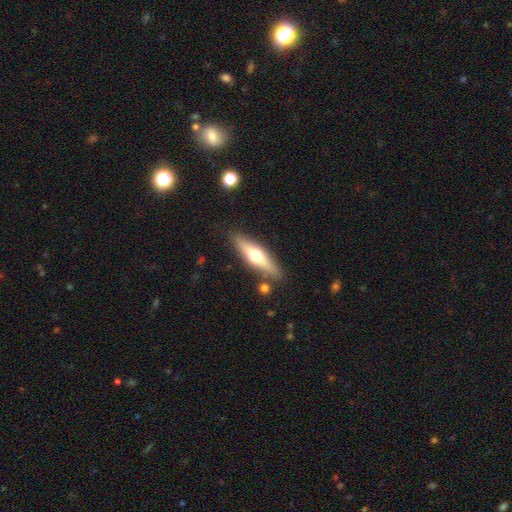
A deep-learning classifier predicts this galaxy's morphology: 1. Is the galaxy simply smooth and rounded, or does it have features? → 52% featured or disk, 42% smooth, 6% star or artifact.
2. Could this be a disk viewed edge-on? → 90% yes, 10% no.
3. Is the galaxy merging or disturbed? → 84% none, 10% minor disturbance, 4% merger, 2% major disturbance.